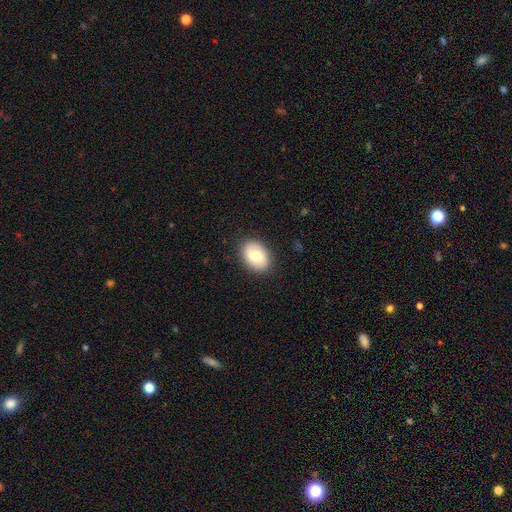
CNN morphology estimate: smooth 75%, featured or disk 18%, star or artifact 7%. Down the decision tree: how rounded — in between (78%); merging — none (87%).